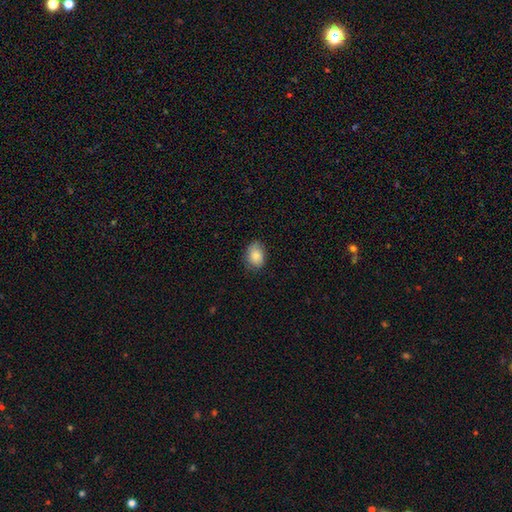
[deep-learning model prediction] This appears to be a smooth galaxy with no disk features (85%) that is in between round and cigar-shaped (68%). Merging: none (75%).